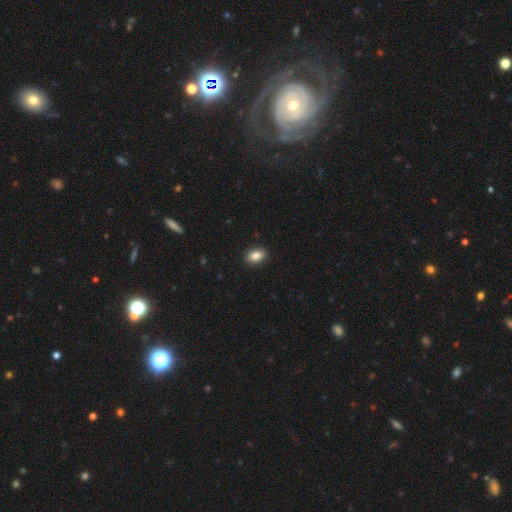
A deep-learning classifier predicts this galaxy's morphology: The model was most divided on "how rounded": in between: 85%, round: 13%, cigar-shaped: 2%. More confident: merging — none (91%); smooth or featured — smooth (86%).